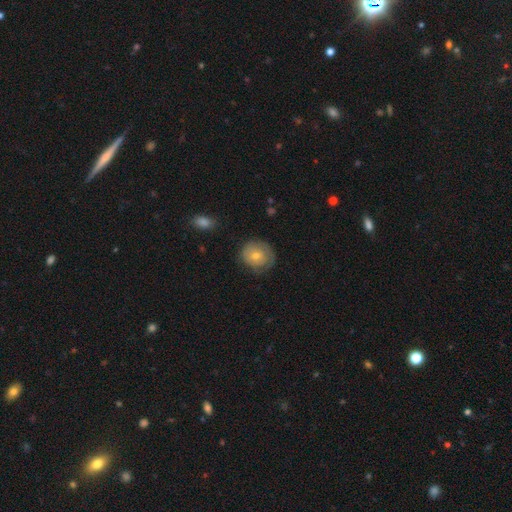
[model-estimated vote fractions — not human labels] Smooth or featured: smooth — 53% (featured or disk — 39%)
How rounded: round — 82% (in between — 17%)
Merging: none — 75% (minor disturbance — 18%)